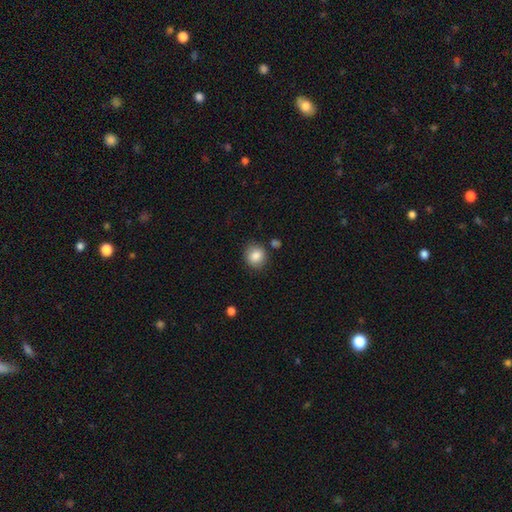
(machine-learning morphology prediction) Smooth or featured?
  - smooth: 85% *
  - star or artifact: 9%
  - featured or disk: 6%
How rounded?
  - round: 77% *
  - in between: 22%
  - cigar-shaped: 1%
Merging?
  - none: 82% *
  - minor disturbance: 11%
  - merger: 4%
  - major disturbance: 3%